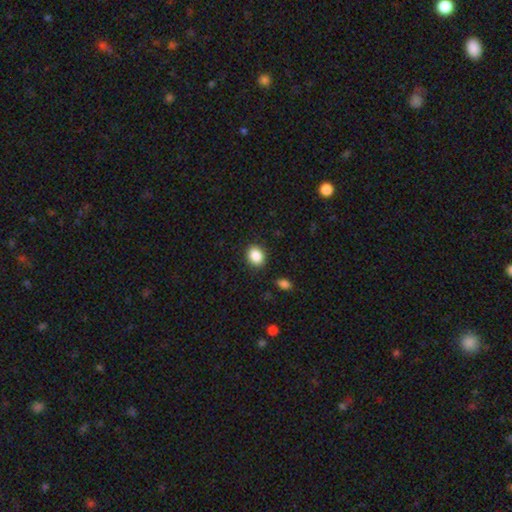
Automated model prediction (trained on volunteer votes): smooth_or_featured: smooth (p=0.88) [alt: star or artifact p=0.09]
how_rounded: in between (p=0.58) [alt: round p=0.41]
merging: none (p=0.88) [alt: minor disturbance p=0.08]